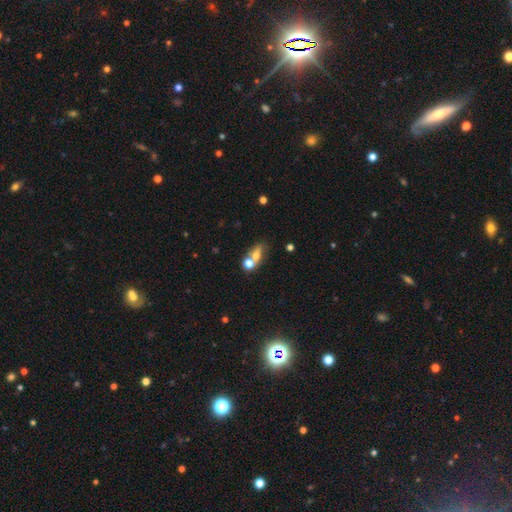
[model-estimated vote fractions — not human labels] Morphology: type=smooth (63%); roundness=in between (59%); merging=merger (44%).